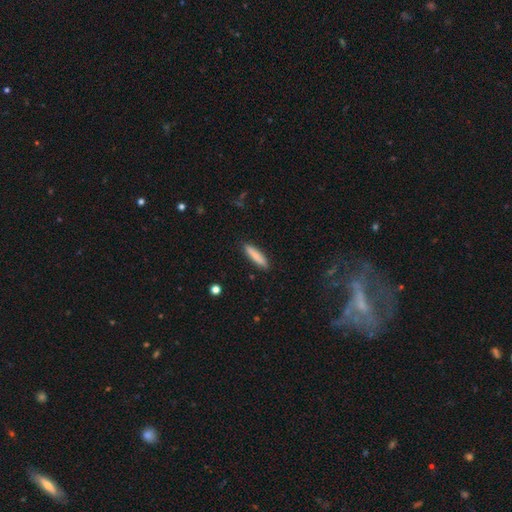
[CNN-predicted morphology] Q: Smooth or featured?
A: smooth (82%); runner-up: featured or disk (12%)
Q: How rounded?
A: cigar-shaped (82%); runner-up: in between (17%)
Q: Merging?
A: none (89%); runner-up: minor disturbance (8%)